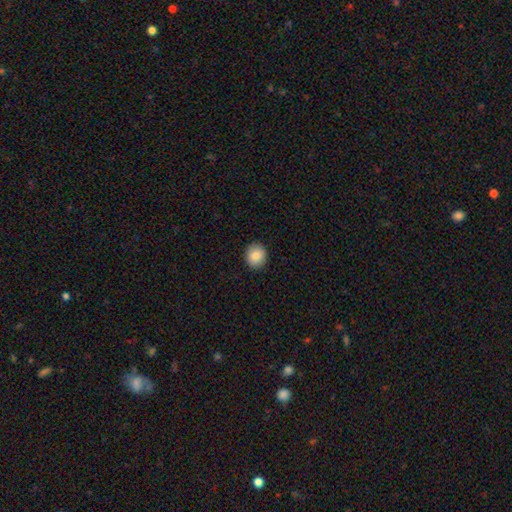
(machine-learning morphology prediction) smooth_or_featured: smooth (p=0.85) [alt: star or artifact p=0.08]
how_rounded: round (p=0.82) [alt: in between p=0.17]
merging: none (p=0.91) [alt: minor disturbance p=0.06]